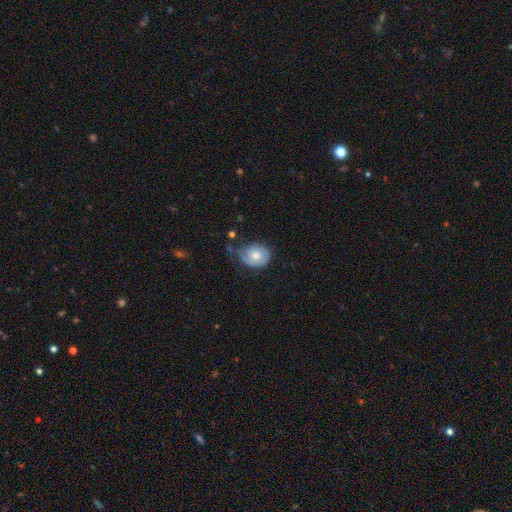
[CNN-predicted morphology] type=smooth (52%); roundness=round (51%); merging=none (44%).